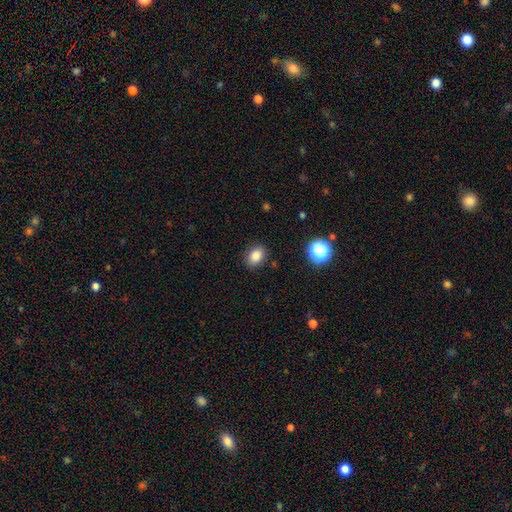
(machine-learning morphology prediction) The model was most divided on "how rounded": in between: 71%, round: 28%, cigar-shaped: 1%. More confident: merging — none (85%); smooth or featured — smooth (84%).